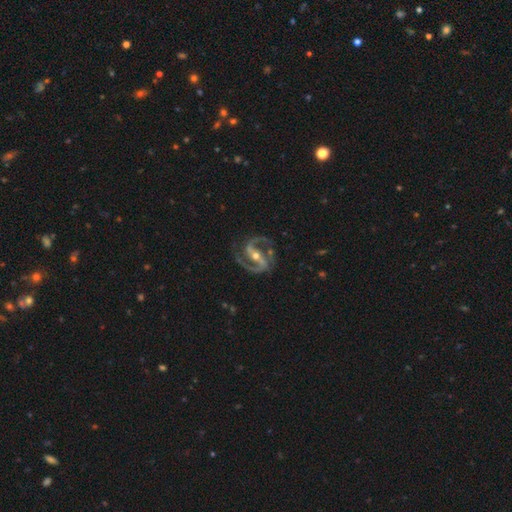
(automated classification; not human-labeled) Smooth or featured? Predicted: featured or disk (p=0.94). Edge-on disk? Predicted: no (p=0.98). Bar? Predicted: strong (p=0.62). Spiral arms? Predicted: yes (p=0.99). Spiral winding? Predicted: medium (p=0.66). Spiral arm count? Predicted: 2 (p=0.94). Bulge size? Predicted: moderate (p=0.58). Merging? Predicted: none (p=0.80).